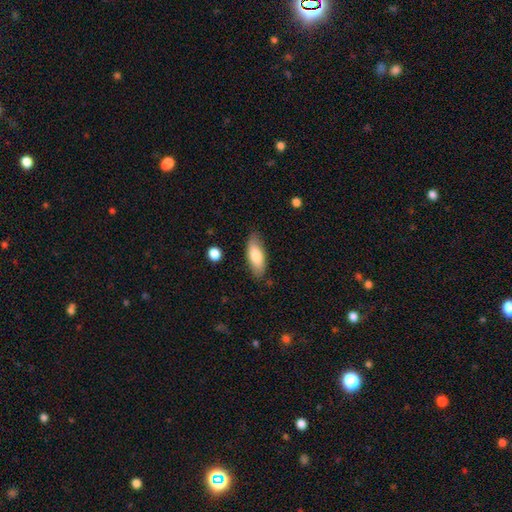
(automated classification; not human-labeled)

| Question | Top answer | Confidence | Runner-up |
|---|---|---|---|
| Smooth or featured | smooth | 77% | featured or disk (16%) |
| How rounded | in between | 73% | cigar-shaped (25%) |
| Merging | none | 81% | minor disturbance (14%) |